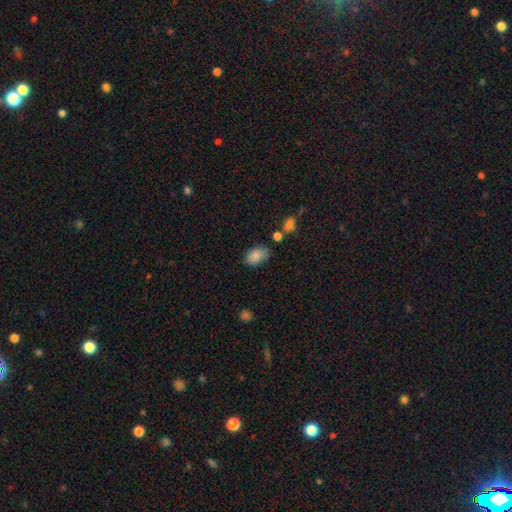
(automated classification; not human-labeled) This is clearly a smooth galaxy (86%). How rounded: clearly in between (89%). Merging: likely none (68%).